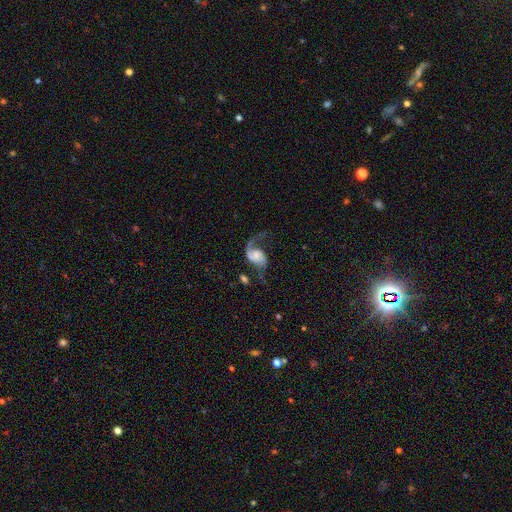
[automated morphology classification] A featured or disk galaxy (77%) with no bar (64%), 2 (51%) loose (66%) spiral arms (92%) and a small central bulge (43%).

Vote fractions:
- Smooth or featured? featured or disk: 77% / smooth: 17% / star or artifact: 7%
- Edge-on disk? no: 97% / yes: 3%
- Bar? no: 64% / weak: 29% / strong: 7%
- Spiral arms? yes: 92% / no: 8%
- Spiral winding? loose: 66% / medium: 26% / tight: 8%
- Spiral arm count? 2: 51% / 1: 43% / can't tell: 3% / 3: 1% / 4: 1% / more than 4: 1%
- Bulge size? small: 43% / moderate: 33% / none: 12% / large: 10% / dominant: 3%
- Merging? major disturbance: 41% / none: 36% / minor disturbance: 17% / merger: 6%